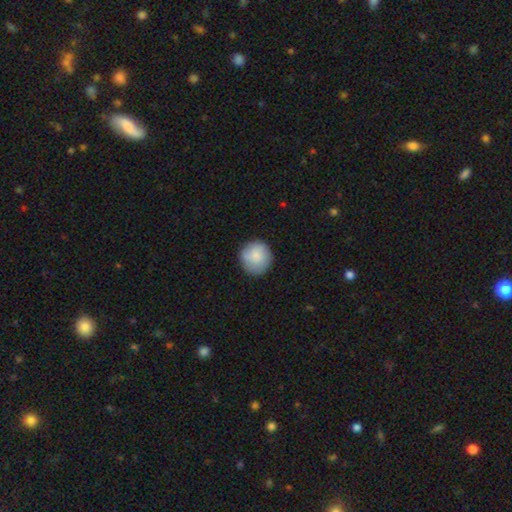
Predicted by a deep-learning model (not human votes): smooth_or_featured: smooth (p=0.82) [alt: featured or disk p=0.12]
how_rounded: round (p=0.92) [alt: in between p=0.08]
merging: none (p=0.81) [alt: minor disturbance p=0.14]